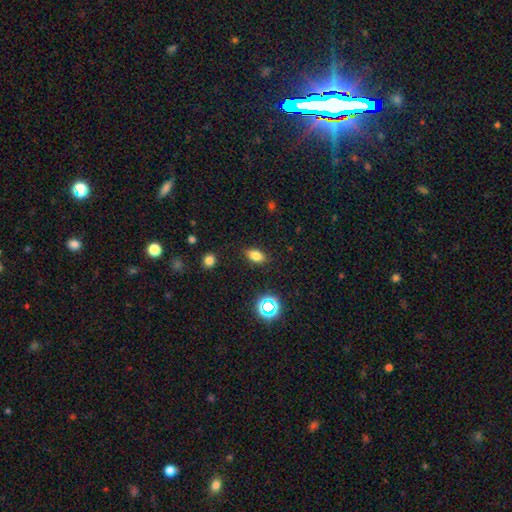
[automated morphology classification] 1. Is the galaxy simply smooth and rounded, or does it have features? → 76% smooth, 15% star or artifact, 9% featured or disk.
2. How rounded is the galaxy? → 84% in between, 11% round, 5% cigar-shaped.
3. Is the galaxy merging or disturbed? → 85% none, 10% minor disturbance, 3% major disturbance, 2% merger.